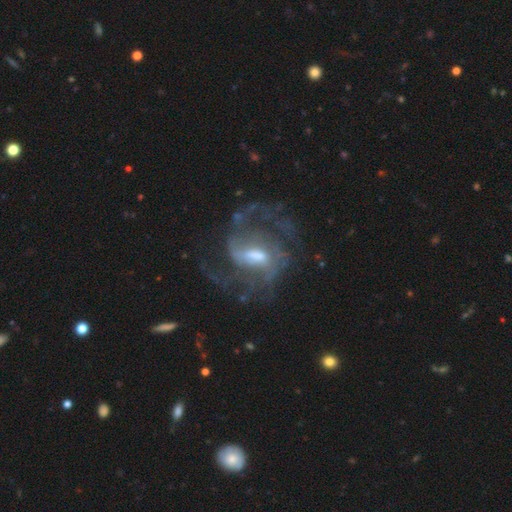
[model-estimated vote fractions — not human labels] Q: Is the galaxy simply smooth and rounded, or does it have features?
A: featured or disk — 86%.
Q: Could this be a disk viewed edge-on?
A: no — 97%.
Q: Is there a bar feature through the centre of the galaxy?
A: weak — 54%.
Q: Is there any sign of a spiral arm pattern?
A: yes — 92%.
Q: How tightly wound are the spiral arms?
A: medium — 49%.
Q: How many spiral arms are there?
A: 2 — 50%.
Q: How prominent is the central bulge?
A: moderate — 50%.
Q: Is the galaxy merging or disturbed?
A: none — 54%.